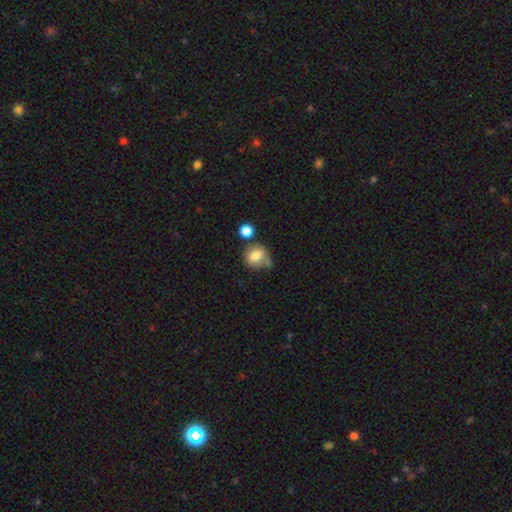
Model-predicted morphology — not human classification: Smooth or featured? Predicted: smooth (p=0.78). How rounded? Predicted: round (p=0.77). Merging? Predicted: none (p=0.53).